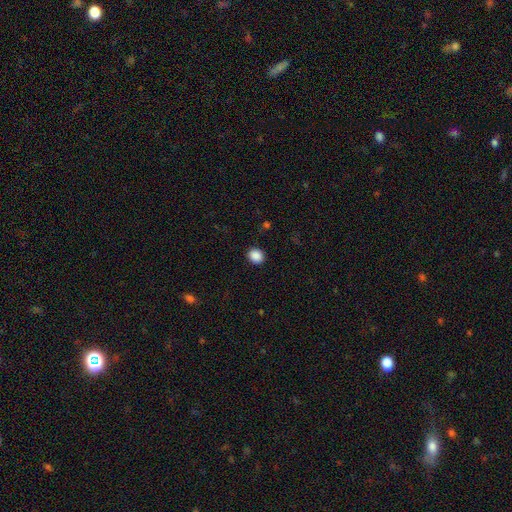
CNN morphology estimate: Overall: smooth (89%). How rounded: round (70%). Merging: none (89%).